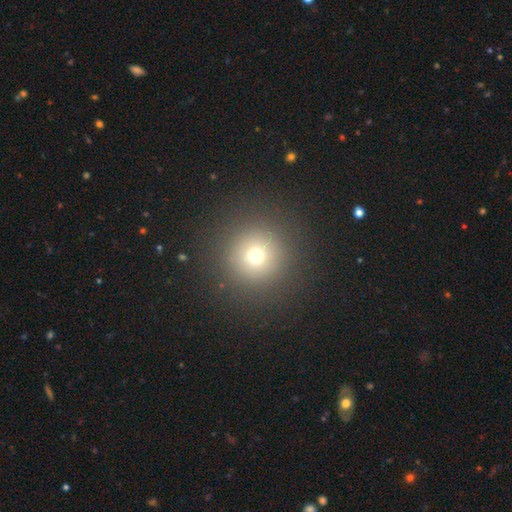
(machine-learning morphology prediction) Smooth or featured?
  - smooth: 70% *
  - star or artifact: 19%
  - featured or disk: 10%
How rounded?
  - round: 96% *
  - in between: 3%
  - cigar-shaped: 1%
Merging?
  - none: 90% *
  - minor disturbance: 5%
  - major disturbance: 3%
  - merger: 1%